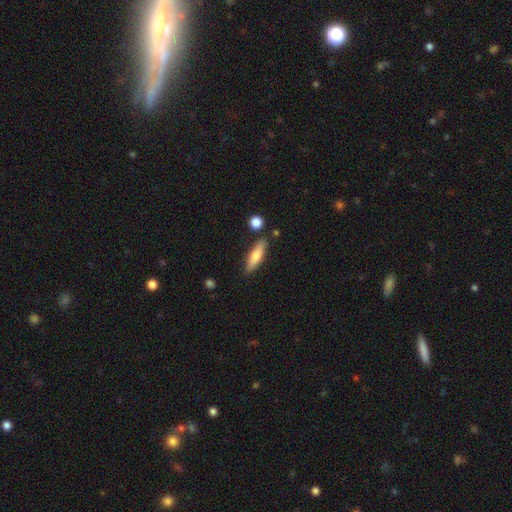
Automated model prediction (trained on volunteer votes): This appears to be a smooth galaxy with no disk features (65%) that is cigar-shaped (65%). Merging: none (82%).